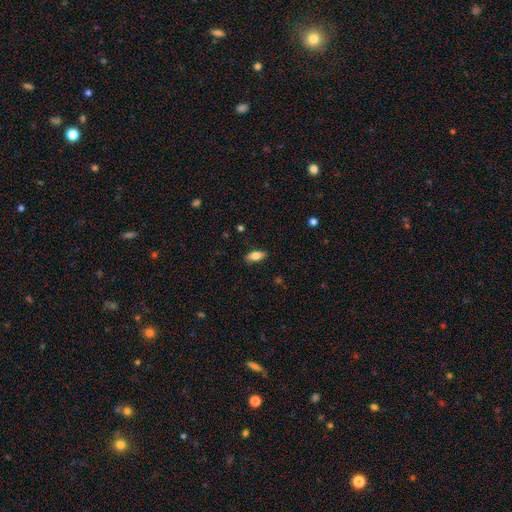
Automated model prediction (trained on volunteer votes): Morphology: type=smooth (78%); roundness=in between (82%); merging=none (85%).